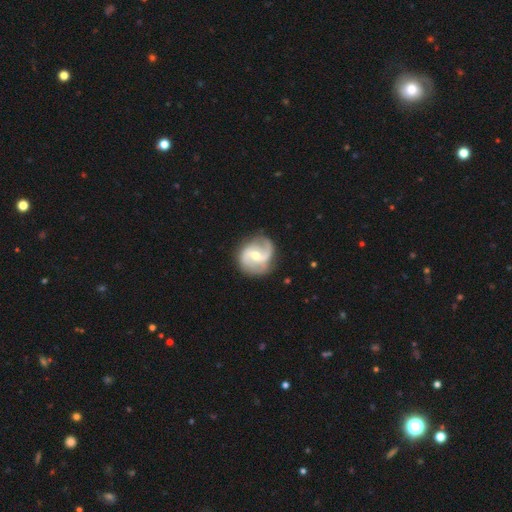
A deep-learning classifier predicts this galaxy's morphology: smooth-or-featured: featured or disk: 86% | smooth: 9% | star or artifact: 4%
  disk-edge-on: no: 98% | yes: 2%
    bar: weak: 51% | no: 27% | strong: 23%
    has-spiral-arms: yes: 96% | no: 4%
      spiral-winding: medium: 48% | loose: 35% | tight: 17%
      spiral-arm-count: 2: 90% | can't tell: 3% | 1: 3% | 3: 2% | 4: 1% | more than 4: 1%
    bulge-size: moderate: 58% | small: 38% | large: 2% | none: 1% | dominant: 1%
  merging: none: 80% | minor disturbance: 14% | major disturbance: 5% | merger: 1%